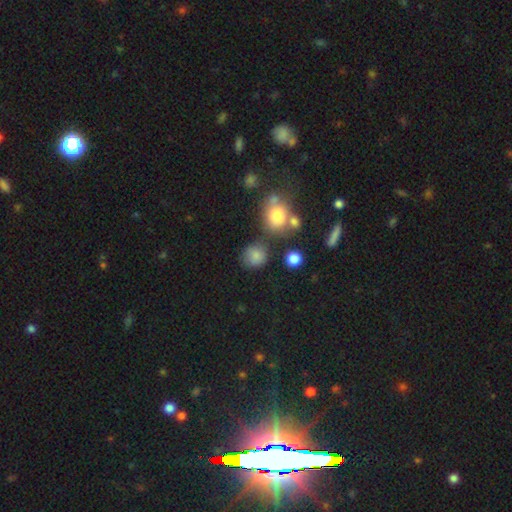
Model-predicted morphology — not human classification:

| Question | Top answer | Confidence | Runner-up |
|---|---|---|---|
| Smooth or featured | smooth | 79% | star or artifact (13%) |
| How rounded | round | 80% | in between (19%) |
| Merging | none | 66% | minor disturbance (16%) |